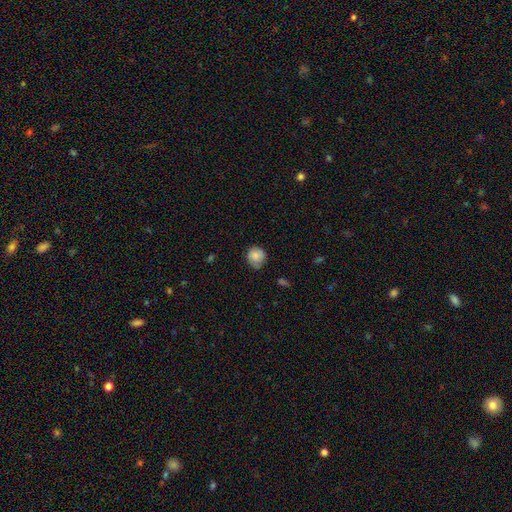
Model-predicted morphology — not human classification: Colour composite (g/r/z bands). It shows a smooth galaxy with no disk features (82%) that is round (86%). Merging: none (70%).